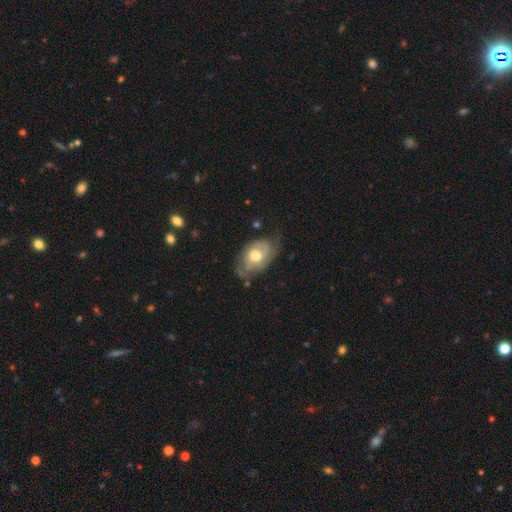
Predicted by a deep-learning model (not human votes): Smooth or featured? featured or disk (60%)
Edge-on disk? no (93%)
Bar? no (70%)
Spiral arms? yes (73%)
Bulge size? moderate (69%)
Merging? none (53%)